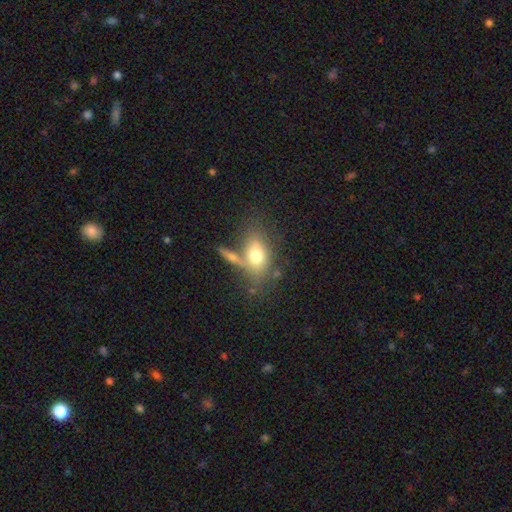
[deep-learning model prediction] This appears to be a smooth galaxy with no disk features (68%) that is in between round and cigar-shaped (76%). Merging: none (45%).